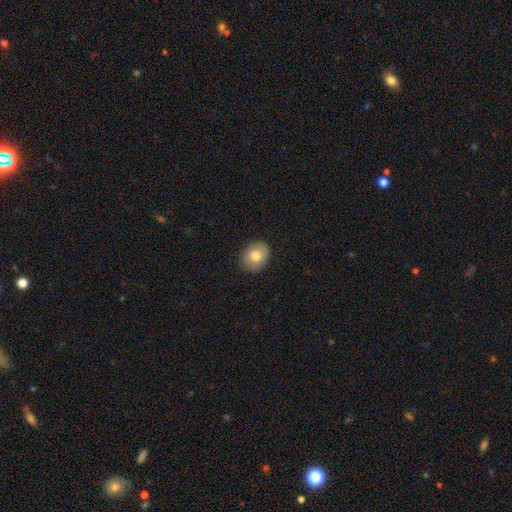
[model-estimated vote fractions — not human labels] smooth-or-featured: smooth: 75% | featured or disk: 17% | star or artifact: 8%
  how-rounded: in between: 50% | round: 49% | cigar-shaped: 1%
  merging: none: 84% | minor disturbance: 12% | major disturbance: 3% | merger: 1%